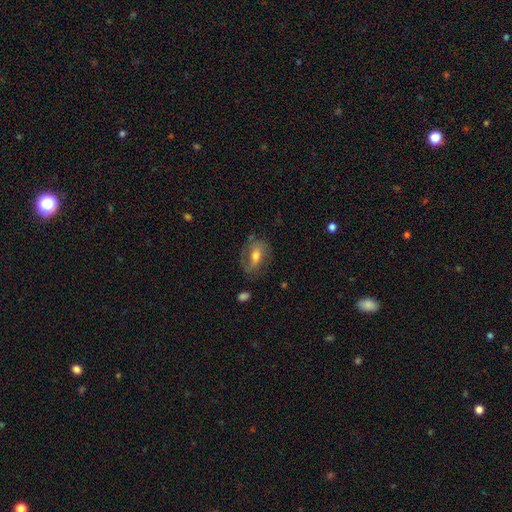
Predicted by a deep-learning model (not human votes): This appears to be a featured or disk galaxy (59%) with a weak bar (41%), spiral arms (75%) and a moderate central bulge (66%). Merging: none (65%).